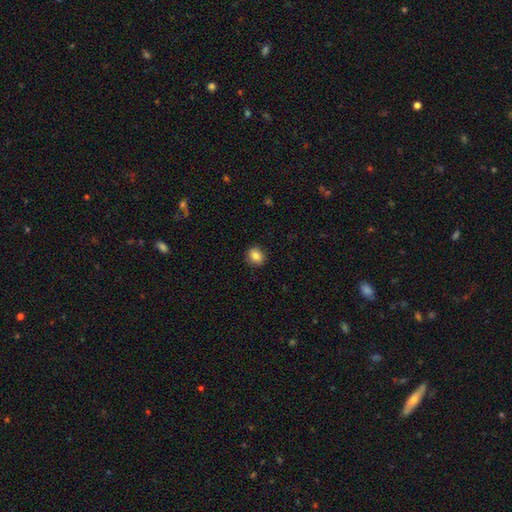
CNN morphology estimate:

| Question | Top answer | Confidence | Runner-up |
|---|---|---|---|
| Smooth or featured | smooth | 83% | star or artifact (9%) |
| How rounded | round | 66% | in between (33%) |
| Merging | none | 89% | minor disturbance (8%) |